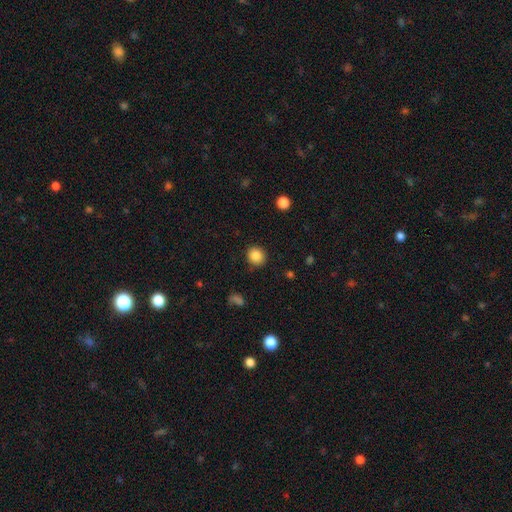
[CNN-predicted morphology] Overall: smooth (86%). How rounded: round (87%). Merging: none (89%).